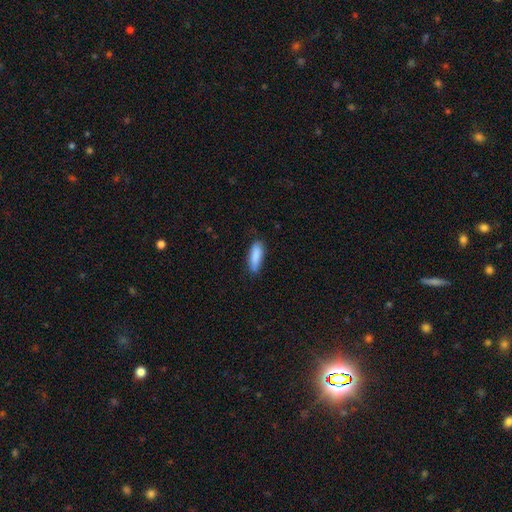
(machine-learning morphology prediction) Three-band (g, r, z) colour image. It shows a smooth galaxy with no disk features (88%) that is in between round and cigar-shaped (59%). Merging: none (79%).